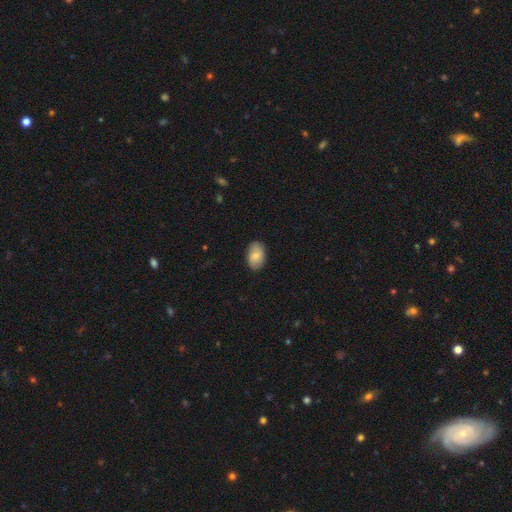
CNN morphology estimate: Q: Smooth or featured?
A: smooth (75%); runner-up: featured or disk (19%)
Q: How rounded?
A: in between (89%); runner-up: round (9%)
Q: Merging?
A: none (84%); runner-up: minor disturbance (12%)